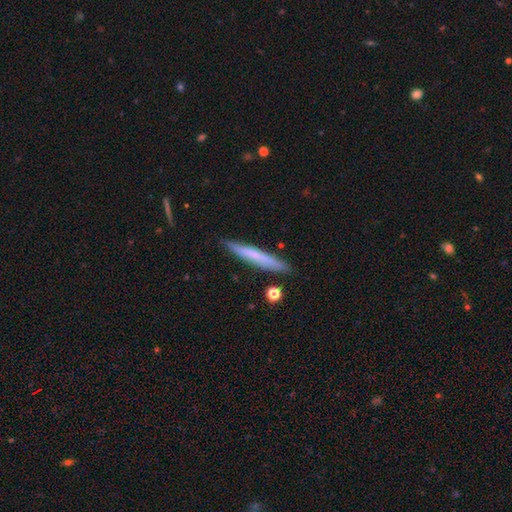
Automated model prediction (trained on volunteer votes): A smooth galaxy with no disk features (59%) that is cigar-shaped (95%). Merging: none (87%).